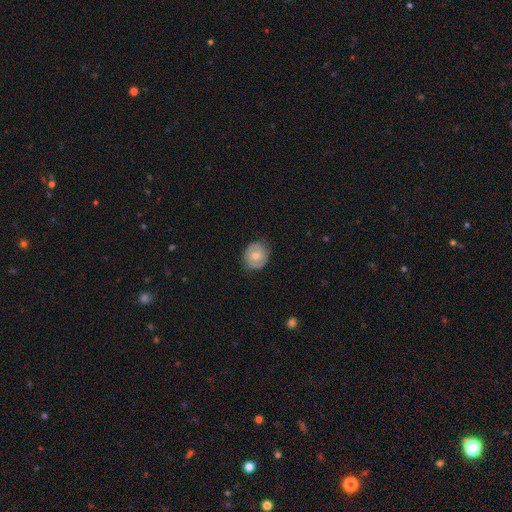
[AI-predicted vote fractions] Morphology: type=smooth (58%); roundness=round (74%); merging=none (82%).